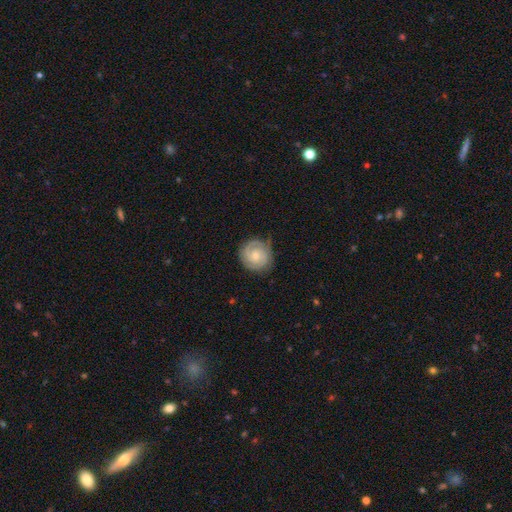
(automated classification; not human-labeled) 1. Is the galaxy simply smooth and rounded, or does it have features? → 79% featured or disk, 15% smooth, 6% star or artifact.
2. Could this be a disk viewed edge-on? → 98% no, 2% yes.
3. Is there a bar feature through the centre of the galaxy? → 69% no, 27% weak, 5% strong.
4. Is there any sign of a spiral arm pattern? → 96% yes, 4% no.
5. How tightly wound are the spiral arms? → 74% tight, 22% medium, 4% loose.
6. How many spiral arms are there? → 73% 2, 10% can't tell, 10% 3, 3% 1, 2% 4, 2% more than 4.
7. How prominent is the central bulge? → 60% small, 35% moderate, 3% none, 1% large, 1% dominant.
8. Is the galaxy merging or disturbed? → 79% none, 15% minor disturbance, 4% major disturbance, 1% merger.